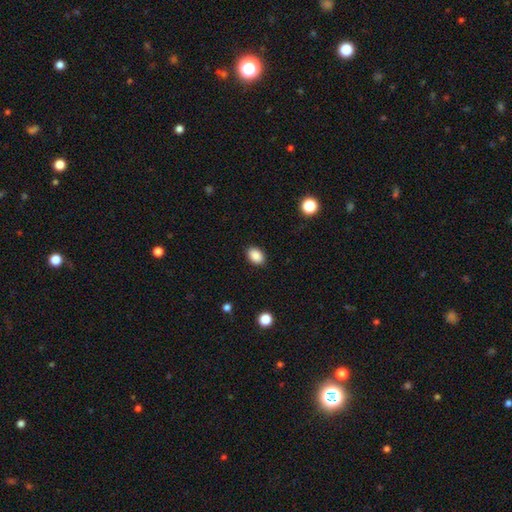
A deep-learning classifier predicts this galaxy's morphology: smooth-or-featured: smooth: 89% | star or artifact: 8% | featured or disk: 3%
  how-rounded: in between: 82% | round: 16% | cigar-shaped: 1%
  merging: none: 90% | minor disturbance: 7% | major disturbance: 2% | merger: 1%